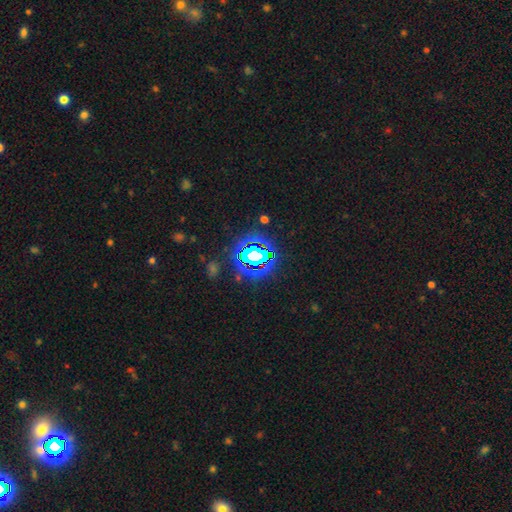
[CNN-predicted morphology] type=star or artifact (71%).